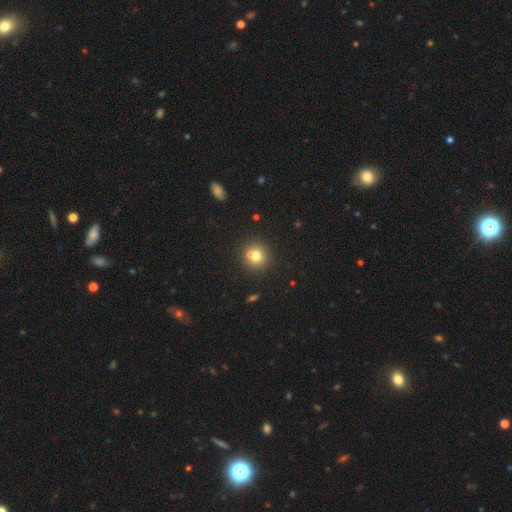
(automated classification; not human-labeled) A smooth galaxy with no disk features (70%) that is round (89%). Merging: none (60%).